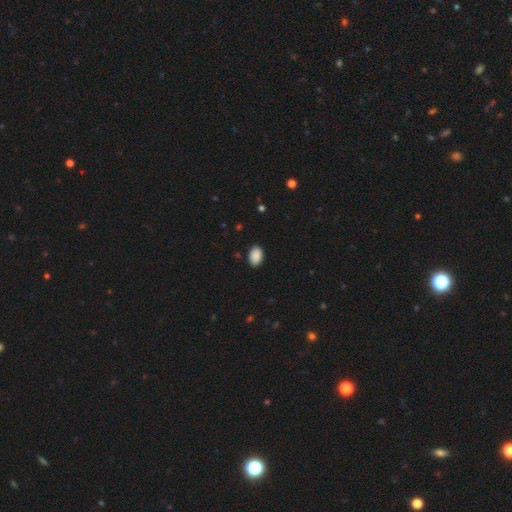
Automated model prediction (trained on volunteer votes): Smooth or featured? smooth (90%)
How rounded? in between (88%)
Merging? none (88%)